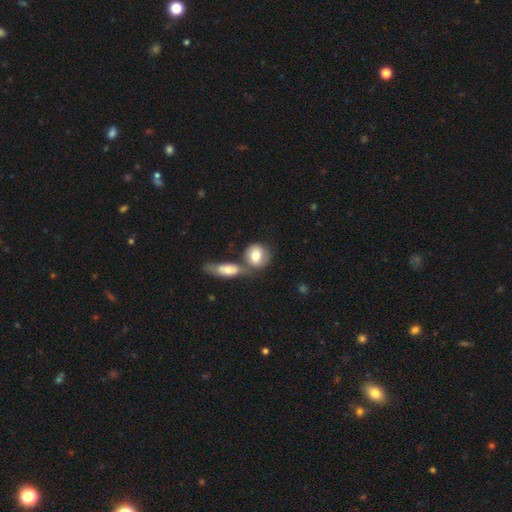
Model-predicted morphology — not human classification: A smooth galaxy with no disk features (73%) that is round (71%). Merging: none (44%).